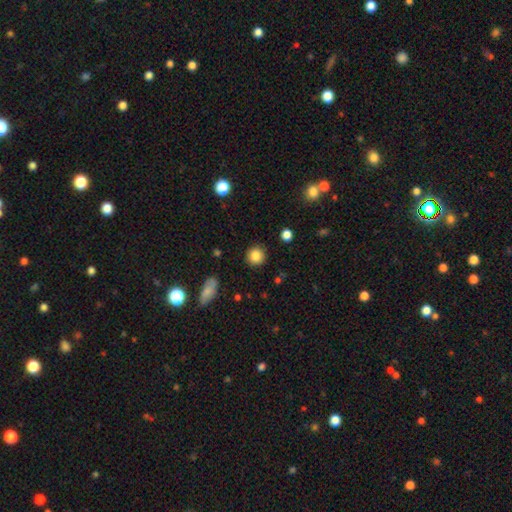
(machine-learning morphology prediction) Smooth or featured? Predicted: smooth (p=0.85). How rounded? Predicted: round (p=0.90). Merging? Predicted: none (p=0.89).